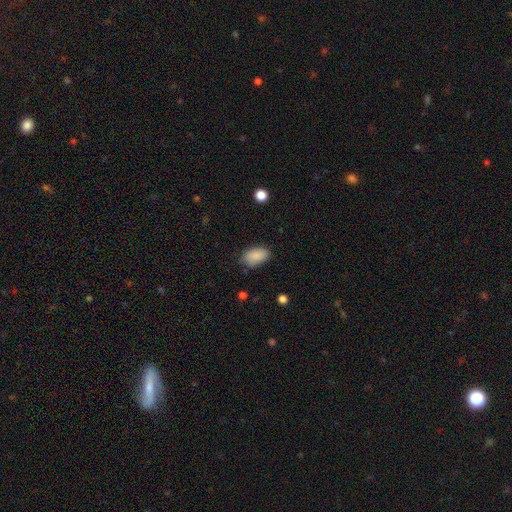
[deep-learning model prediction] smooth 88%, star or artifact 7%, featured or disk 5%. Down the decision tree: how rounded — in between (93%); merging — none (79%).